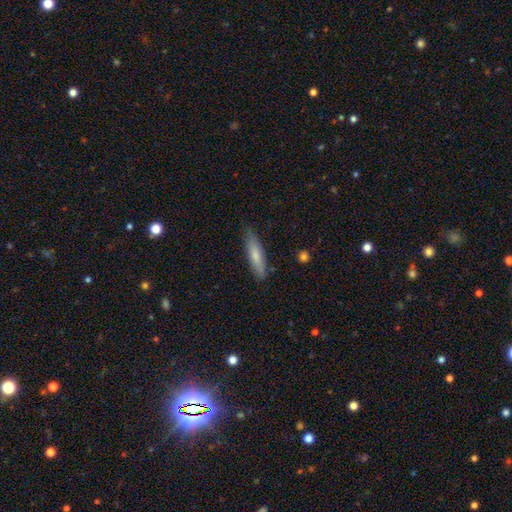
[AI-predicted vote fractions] Overall: smooth (69%). How rounded: cigar-shaped (78%). Merging: none (81%).